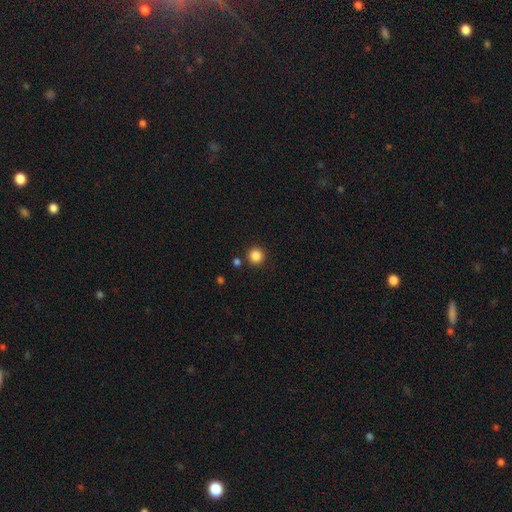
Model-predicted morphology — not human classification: Smooth or featured?
  - smooth: 85% *
  - star or artifact: 11%
  - featured or disk: 3%
How rounded?
  - round: 94% *
  - in between: 5%
  - cigar-shaped: 1%
Merging?
  - none: 88% *
  - minor disturbance: 6%
  - merger: 4%
  - major disturbance: 2%